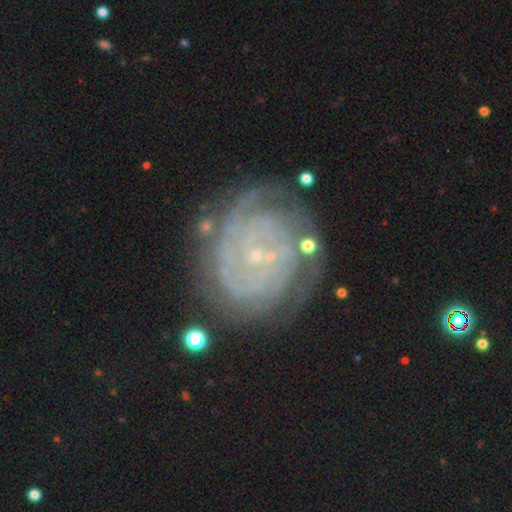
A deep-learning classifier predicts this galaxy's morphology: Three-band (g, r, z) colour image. It shows a featured or disk galaxy (84%) with no bar (68%), tight (78%) spiral arms (95%) and a small central bulge (88%). Merging: none (69%).